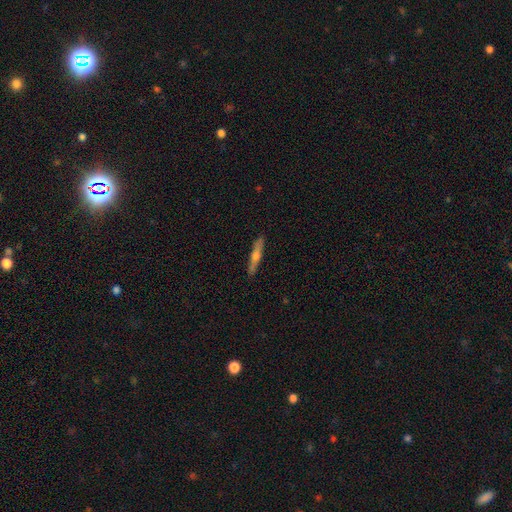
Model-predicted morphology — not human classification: smooth-or-featured: featured or disk: 51% | smooth: 43% | star or artifact: 6%
  disk-edge-on: yes: 94% | no: 6%
  merging: none: 90% | minor disturbance: 8% | major disturbance: 1% | merger: 1%